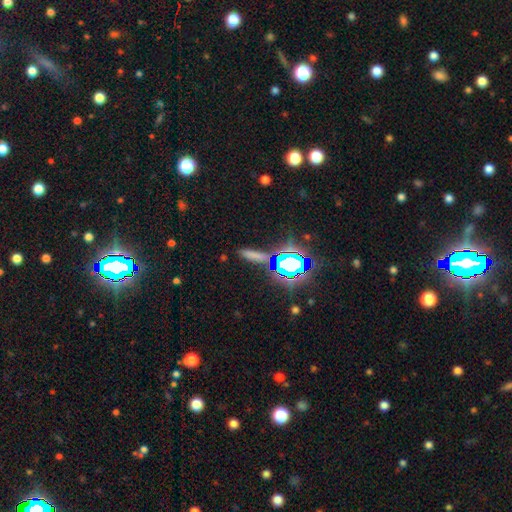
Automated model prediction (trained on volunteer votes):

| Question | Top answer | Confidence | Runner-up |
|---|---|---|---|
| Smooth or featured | smooth | 61% | star or artifact (26%) |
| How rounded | cigar-shaped | 78% | in between (17%) |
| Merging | none | 81% | minor disturbance (10%) |